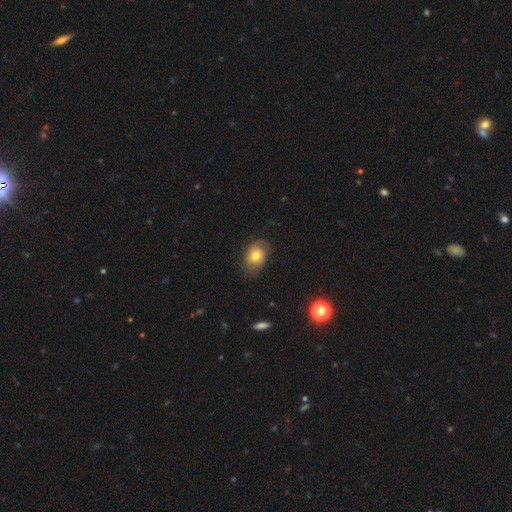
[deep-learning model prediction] Morphology: type=smooth (58%); roundness=in between (67%); merging=none (64%).